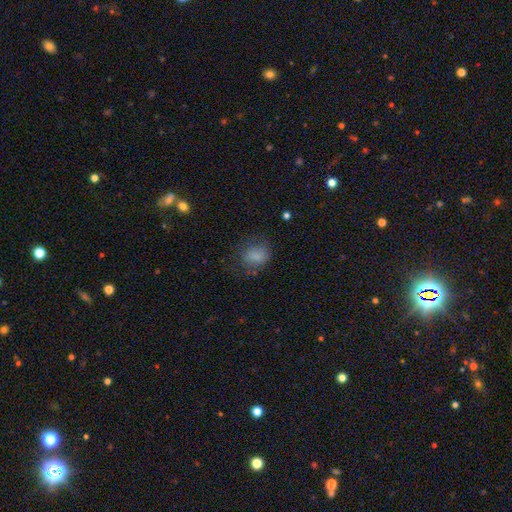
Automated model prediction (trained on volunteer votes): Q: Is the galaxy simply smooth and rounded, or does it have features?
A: smooth — 79%.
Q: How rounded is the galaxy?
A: round — 52%.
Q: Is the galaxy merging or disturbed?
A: none — 63%.